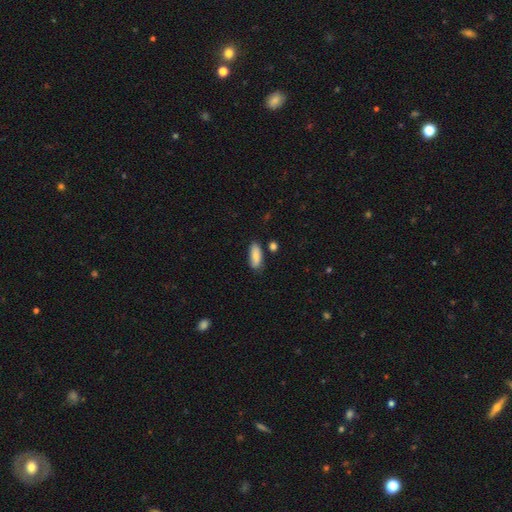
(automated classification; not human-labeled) smooth-or-featured: smooth: 83% | featured or disk: 11% | star or artifact: 7%
  how-rounded: in between: 71% | cigar-shaped: 26% | round: 2%
  merging: none: 76% | minor disturbance: 17% | merger: 4% | major disturbance: 3%